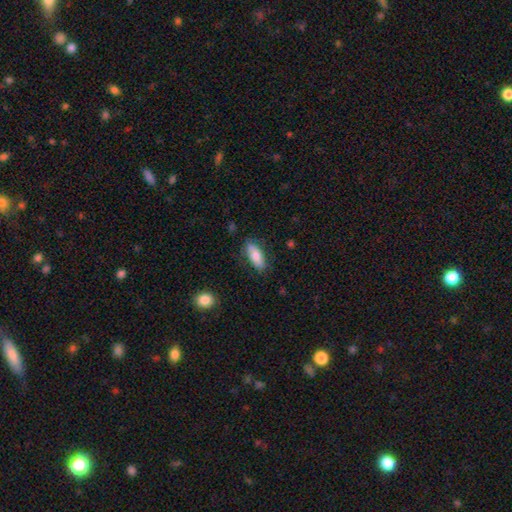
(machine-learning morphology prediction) Smooth or featured?
  - smooth: 74% *
  - featured or disk: 20%
  - star or artifact: 6%
How rounded?
  - in between: 79% *
  - cigar-shaped: 19%
  - round: 2%
Merging?
  - none: 80% *
  - minor disturbance: 15%
  - major disturbance: 3%
  - merger: 2%